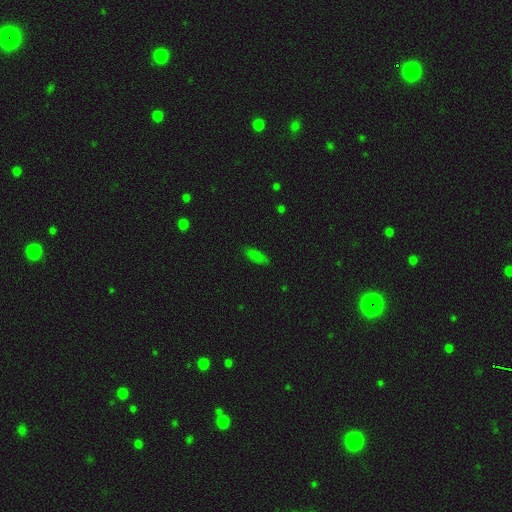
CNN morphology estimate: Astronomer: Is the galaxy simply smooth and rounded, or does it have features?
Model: smooth — 81%.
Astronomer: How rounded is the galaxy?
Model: in between — 62%.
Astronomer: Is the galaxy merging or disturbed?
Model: none — 83%.